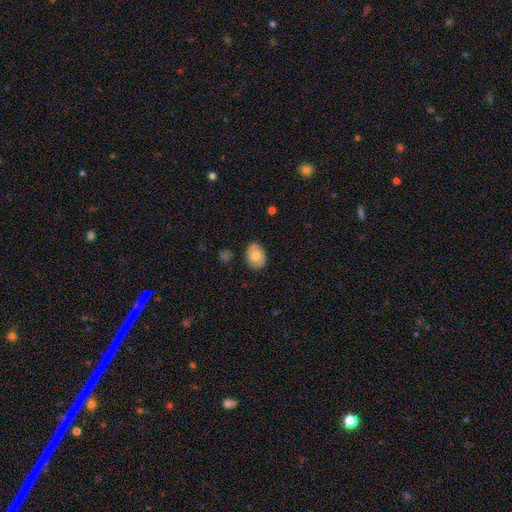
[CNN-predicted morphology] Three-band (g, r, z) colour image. It shows a smooth galaxy with no disk features (74%) that is in between round and cigar-shaped (71%). Merging: none (74%).